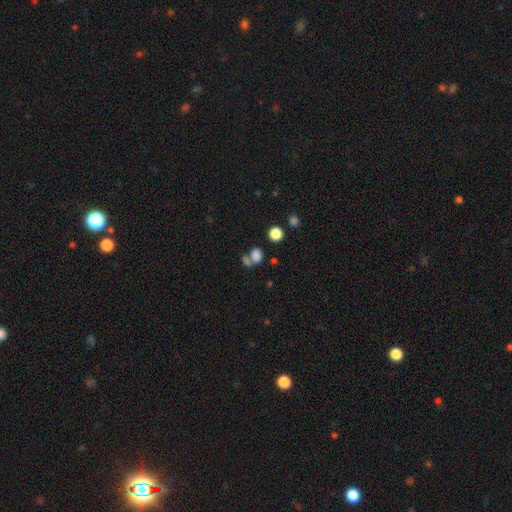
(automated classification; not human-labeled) Overall: smooth (79%). How rounded: round (52%; in between 46%). Merging: none (43%; merger 40%).